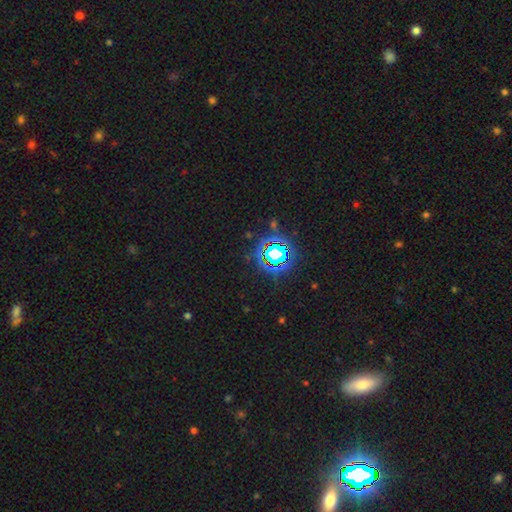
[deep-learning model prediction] A star or artifact, not a galaxy (79%).

Vote fractions:
- Smooth or featured? star or artifact: 79% / smooth: 13% / featured or disk: 8%